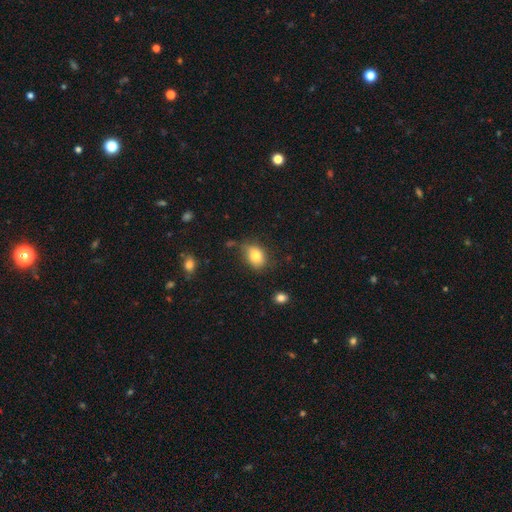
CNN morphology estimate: A smooth galaxy with no disk features (80%) that is in between round and cigar-shaped (71%). Merging: none (67%).